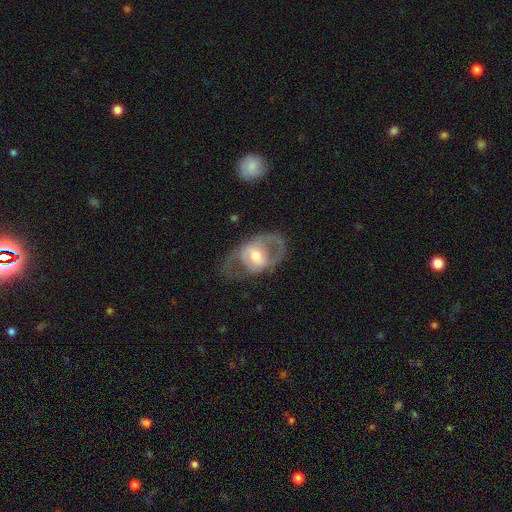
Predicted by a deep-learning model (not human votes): Q: Smooth or featured?
A: featured or disk (67%); runner-up: smooth (27%)
Q: Edge-on disk?
A: no (93%); runner-up: yes (7%)
Q: Bar?
A: no (42%); runner-up: weak (37%)
Q: Spiral arms?
A: yes (53%); runner-up: no (47%)
Q: Bulge size?
A: moderate (65%); runner-up: small (20%)
Q: Merging?
A: none (55%); runner-up: major disturbance (23%)